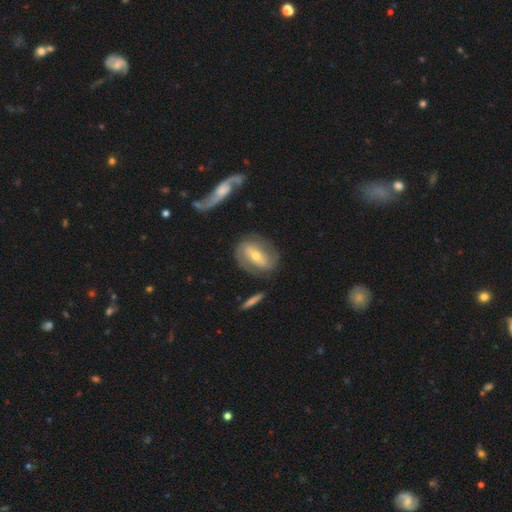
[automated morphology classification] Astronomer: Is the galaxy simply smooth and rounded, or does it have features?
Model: featured or disk — 70%.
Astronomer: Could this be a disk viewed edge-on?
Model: no — 91%.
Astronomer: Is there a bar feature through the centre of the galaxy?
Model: strong — 43% (runner-up: weak, 34%).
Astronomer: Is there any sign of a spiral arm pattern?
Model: yes — 81%.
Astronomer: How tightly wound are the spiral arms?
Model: tight — 39%, tied with medium at 39%.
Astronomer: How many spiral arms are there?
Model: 2 — 76%.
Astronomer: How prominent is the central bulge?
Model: moderate — 55% (runner-up: small, 40%).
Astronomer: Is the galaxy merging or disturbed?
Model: none — 74%.